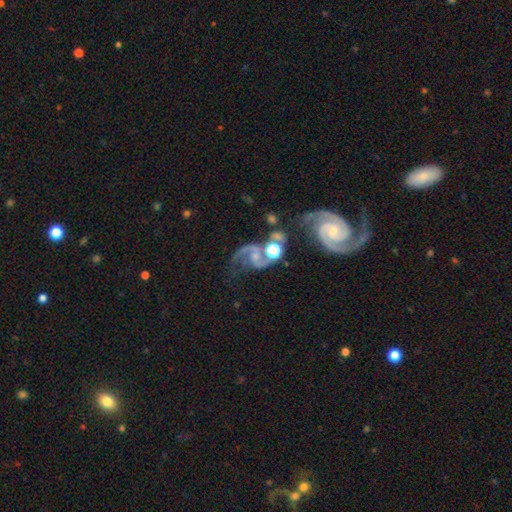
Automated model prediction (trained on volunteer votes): This is clearly a featured or disk galaxy (85%). It is clearly not viewed edge-on (98%). Bar: possibly no (48%). Spiral arm pattern: clearly yes (96%). Spiral arm count: clearly 2 (89%). Spiral winding: possibly loose (49%). Central bulge: possibly small (48%). Merging: marginally none (37%).